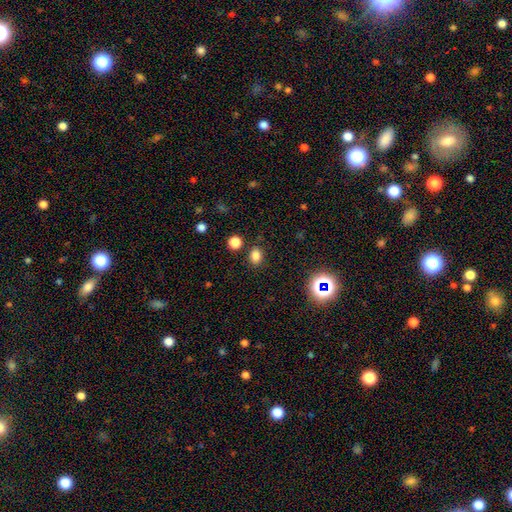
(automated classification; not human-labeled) A smooth galaxy with no disk features (80%) that is in between round and cigar-shaped (55%).

Vote fractions:
- Smooth or featured? smooth: 80% / star or artifact: 15% / featured or disk: 4%
- How rounded? in between: 55% / round: 44% / cigar-shaped: 1%
- Merging? none: 83% / minor disturbance: 10% / merger: 4% / major disturbance: 3%